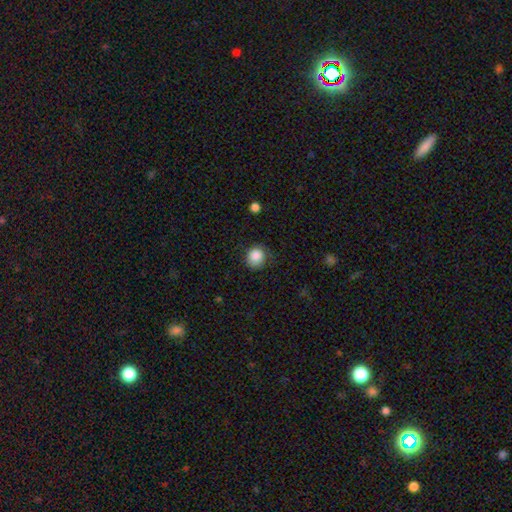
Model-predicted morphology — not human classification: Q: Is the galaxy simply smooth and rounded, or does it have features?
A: smooth — 86%.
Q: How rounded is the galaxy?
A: round — 83%.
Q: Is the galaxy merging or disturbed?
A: none — 72%.